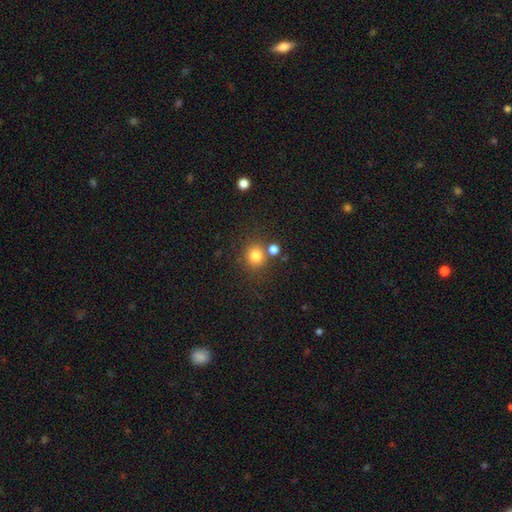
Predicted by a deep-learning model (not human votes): Morphology: type=smooth (80%); roundness=round (88%); merging=none (74%).